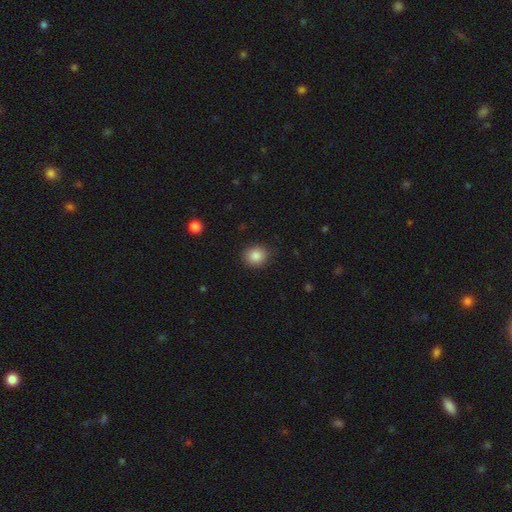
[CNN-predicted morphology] smooth 87%, star or artifact 9%, featured or disk 4%. Down the decision tree: how rounded — round (76%); merging — none (87%).